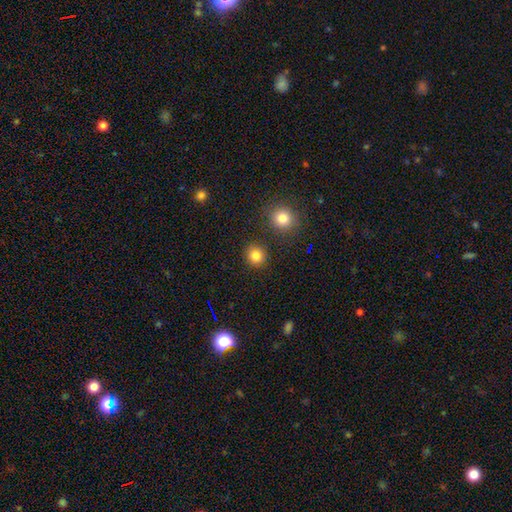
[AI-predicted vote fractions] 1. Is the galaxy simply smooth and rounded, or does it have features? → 83% smooth, 13% star or artifact, 5% featured or disk.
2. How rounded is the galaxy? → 90% round, 9% in between, 1% cigar-shaped.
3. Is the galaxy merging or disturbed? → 89% none, 6% minor disturbance, 3% merger, 2% major disturbance.